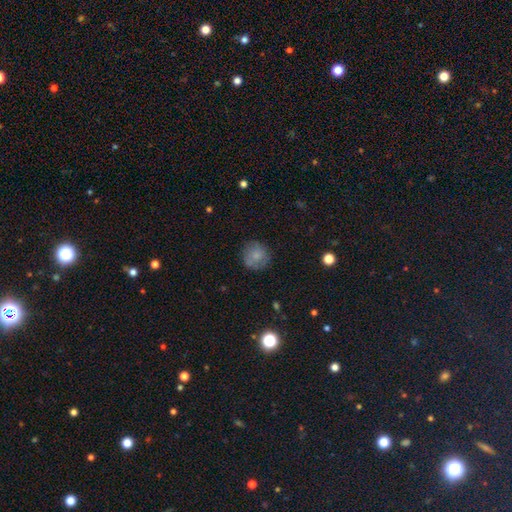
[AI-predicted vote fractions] This is likely a smooth galaxy (74%). How rounded: clearly round (92%). Merging: likely none (76%).